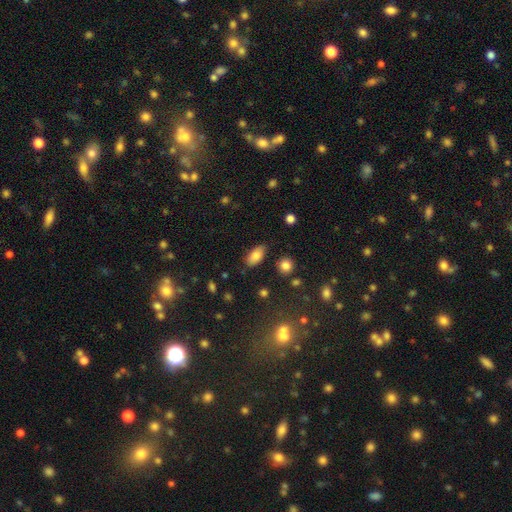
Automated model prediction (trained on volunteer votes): A smooth galaxy with no disk features (82%) that is in between round and cigar-shaped (91%). Merging: none (79%).